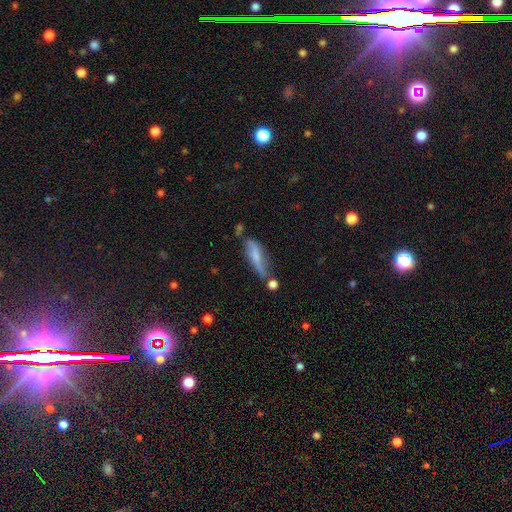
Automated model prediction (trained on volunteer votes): Smooth or featured?
  - smooth: 54% *
  - featured or disk: 38%
  - star or artifact: 8%
How rounded?
  - cigar-shaped: 60% *
  - in between: 38%
  - round: 2%
Merging?
  - none: 44% *
  - minor disturbance: 29%
  - merger: 14%
  - major disturbance: 13%